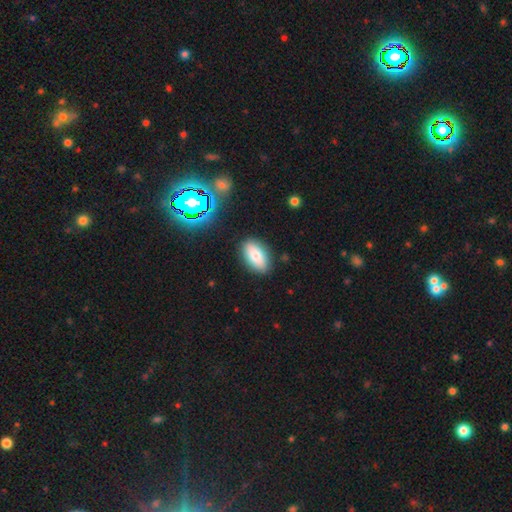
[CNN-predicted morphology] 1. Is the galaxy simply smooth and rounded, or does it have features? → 77% smooth, 14% featured or disk, 9% star or artifact.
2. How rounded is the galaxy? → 91% in between, 5% round, 4% cigar-shaped.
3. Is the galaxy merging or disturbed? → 86% none, 10% minor disturbance, 3% major disturbance, 2% merger.